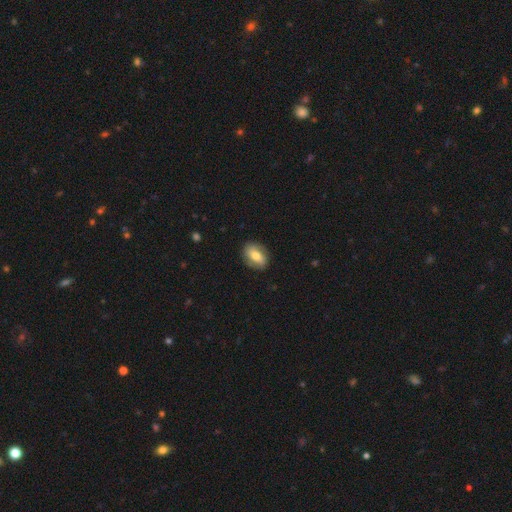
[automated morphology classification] A smooth galaxy with no disk features (65%) that is in between round and cigar-shaped (76%). Merging: none (84%).